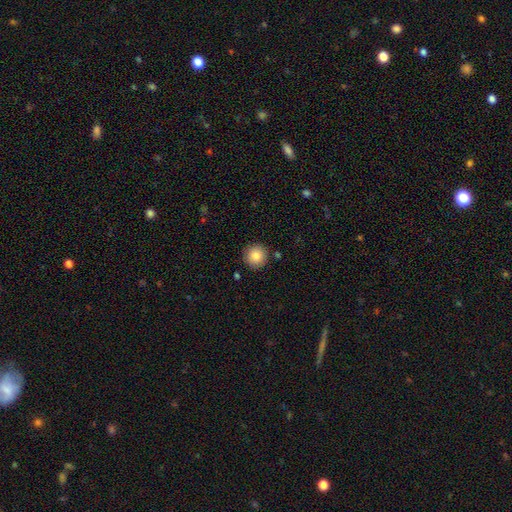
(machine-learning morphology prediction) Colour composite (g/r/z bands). It shows a smooth galaxy with no disk features (85%) that is round (95%). Merging: none (89%).